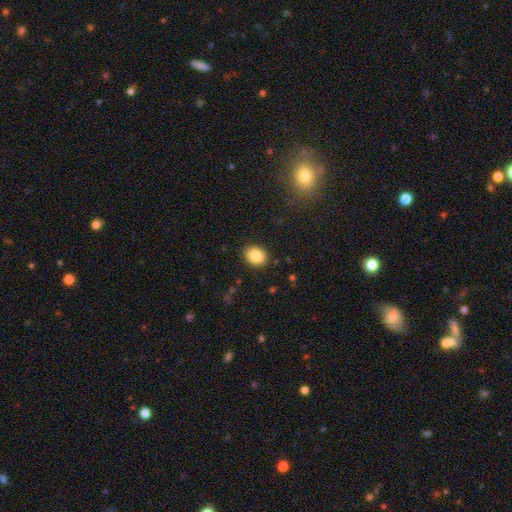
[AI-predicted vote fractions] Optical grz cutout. It shows a smooth galaxy with no disk features (85%) that is round (53%). Merging: none (89%).